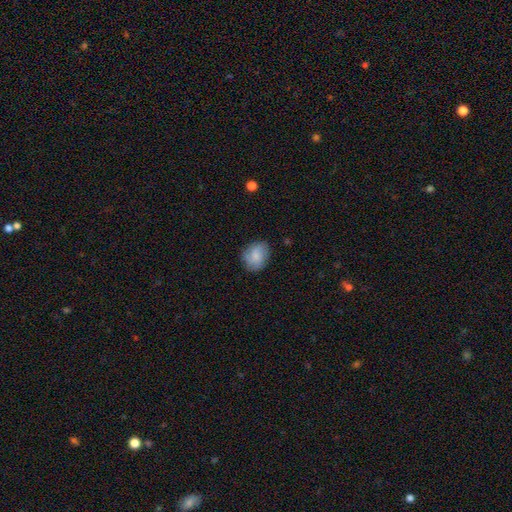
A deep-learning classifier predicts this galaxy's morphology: Overall: smooth (77%). How rounded: in between (50%; round 49%). Merging: none (75%).